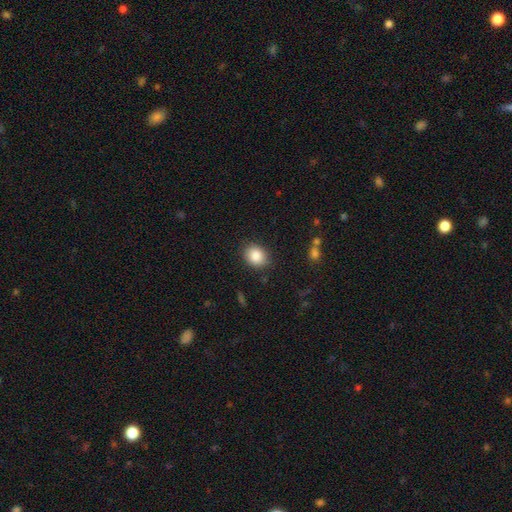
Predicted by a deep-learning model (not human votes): Morphology: type=smooth (86%); roundness=round (52%); merging=none (86%).